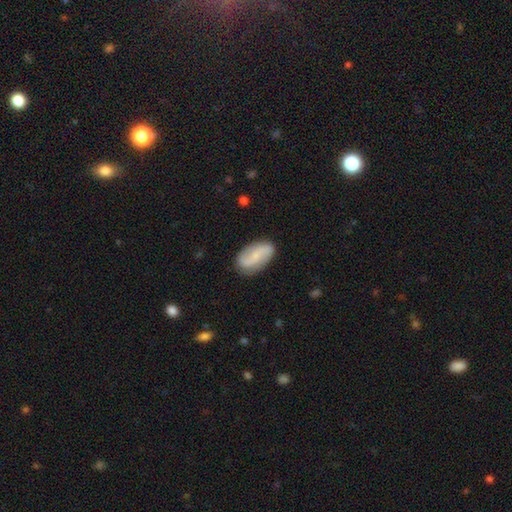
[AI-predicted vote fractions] Smooth or featured?
  - featured or disk: 59% *
  - smooth: 34%
  - star or artifact: 6%
Edge-on disk?
  - no: 96% *
  - yes: 4%
Bar?
  - no: 43% *
  - weak: 40%
  - strong: 16%
Spiral arms?
  - yes: 92% *
  - no: 8%
Spiral winding?
  - loose: 61% *
  - medium: 27%
  - tight: 12%
Spiral arm count?
  - 2: 91% *
  - can't tell: 5%
  - 1: 2%
  - 3: 1%
  - 4: 1%
  - more than 4: 1%
Bulge size?
  - small: 54% *
  - none: 25%
  - moderate: 18%
  - large: 2%
  - dominant: 1%
Merging?
  - none: 83% *
  - minor disturbance: 12%
  - major disturbance: 3%
  - merger: 1%